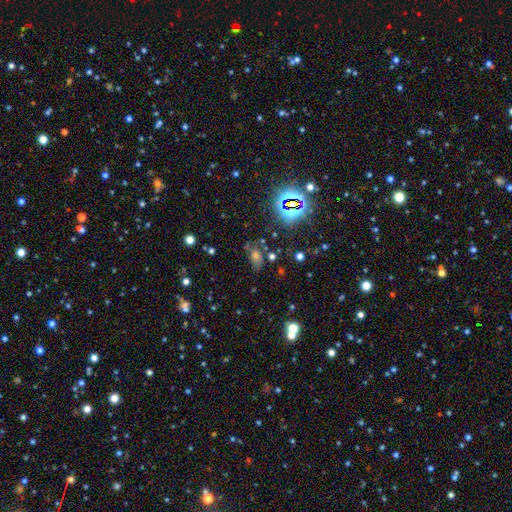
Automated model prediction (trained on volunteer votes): star or artifact 46%, smooth 41%, featured or disk 13%.